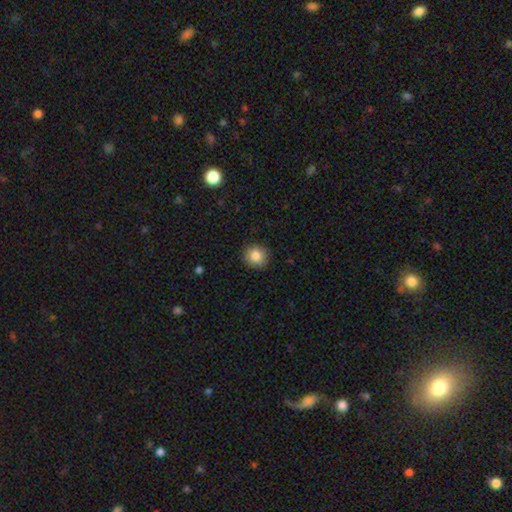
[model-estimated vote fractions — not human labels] Smooth or featured?
  - smooth: 85% *
  - star or artifact: 9%
  - featured or disk: 6%
How rounded?
  - round: 87% *
  - in between: 12%
  - cigar-shaped: 1%
Merging?
  - none: 90% *
  - minor disturbance: 7%
  - major disturbance: 2%
  - merger: 1%